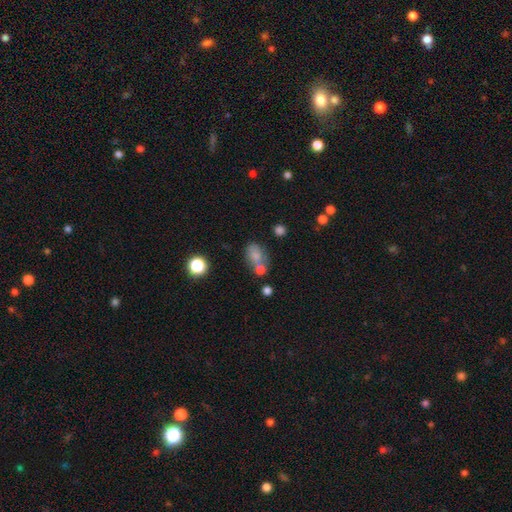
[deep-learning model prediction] The model was most divided on "merging": merger: 41%, none: 35%, minor disturbance: 15%, major disturbance: 9%. More confident: how rounded — in between (70%); smooth or featured — smooth (69%).